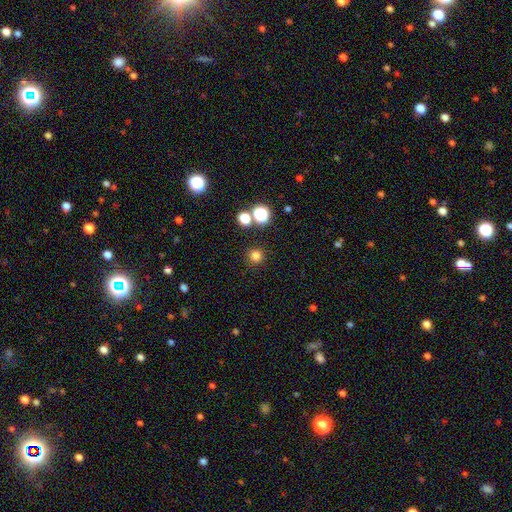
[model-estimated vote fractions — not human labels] Smooth or featured? Predicted: smooth (p=0.78). How rounded? Predicted: round (p=0.95). Merging? Predicted: none (p=0.88).